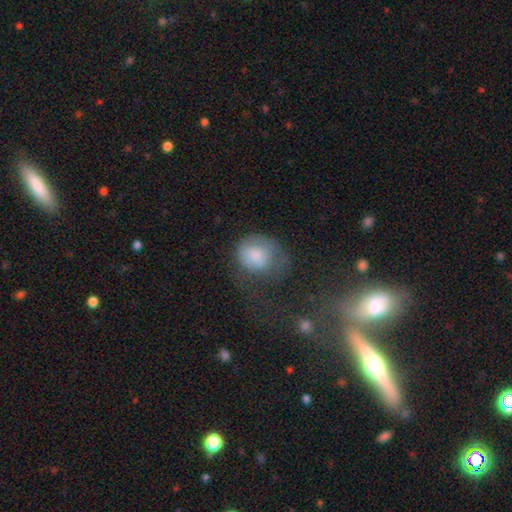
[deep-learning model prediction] Overall: smooth (74%). How rounded: round (69%; in between 30%). Merging: major disturbance (40%; none 30%).